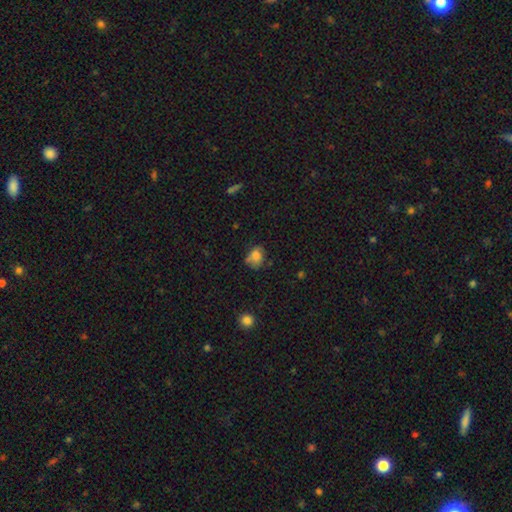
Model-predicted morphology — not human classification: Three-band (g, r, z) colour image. It shows a smooth galaxy with no disk features (76%) that is in between round and cigar-shaped (56%). Merging: none (48%).